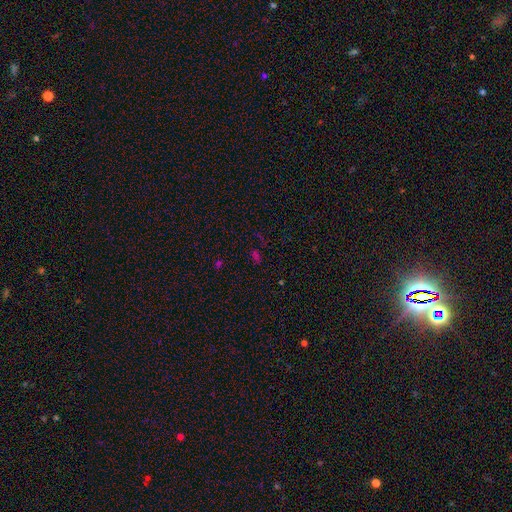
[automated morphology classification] Smooth or featured: star or artifact — 48% (smooth — 44%)